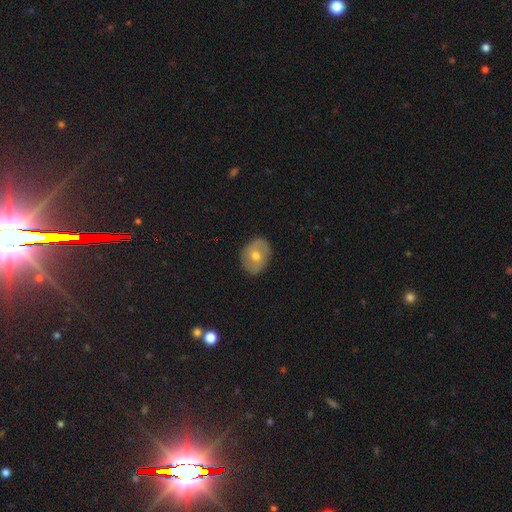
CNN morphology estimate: Q: Smooth or featured?
A: smooth (53%); runner-up: featured or disk (39%)
Q: How rounded?
A: in between (56%); runner-up: round (42%)
Q: Merging?
A: none (85%); runner-up: minor disturbance (11%)